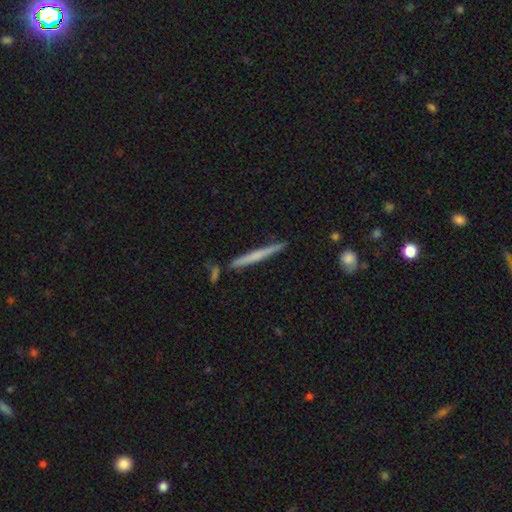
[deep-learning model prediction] smooth-or-featured: smooth: 50% | featured or disk: 45% | star or artifact: 6%
  merging: none: 84% | minor disturbance: 10% | merger: 4% | major disturbance: 2%